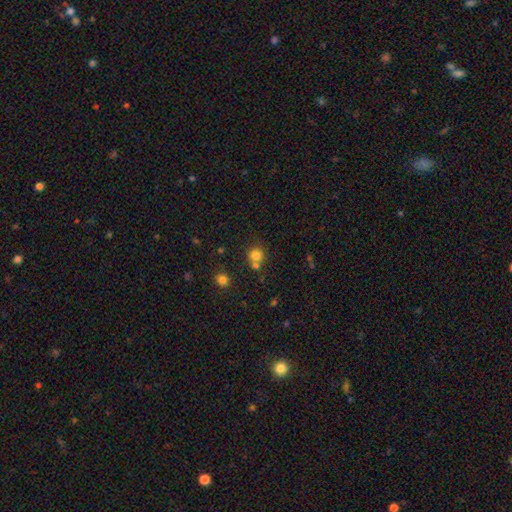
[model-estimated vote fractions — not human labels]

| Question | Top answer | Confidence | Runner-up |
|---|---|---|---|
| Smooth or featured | smooth | 78% | star or artifact (14%) |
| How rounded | round | 89% | in between (10%) |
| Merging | none | 58% | merger (30%) |